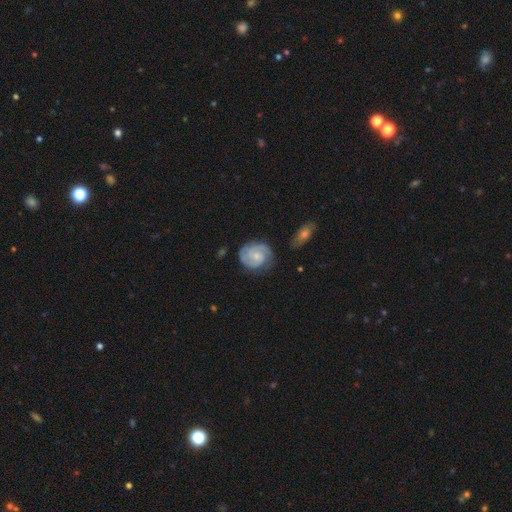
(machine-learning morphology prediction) The model was most divided on "bulge size": small: 61%, moderate: 30%, none: 6%, large: 2%, dominant: 1%. More confident: edge-on disk — no (98%); spiral arms — yes (97%); smooth or featured — featured or disk (84%); merging — none (74%); spiral arm count — 2 (67%); spiral winding — tight (66%); bar — no (64%).